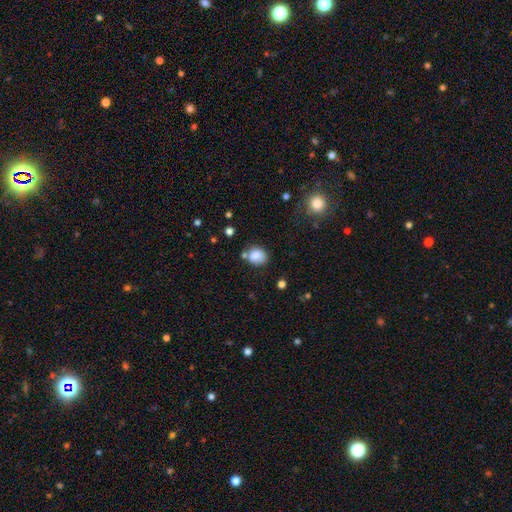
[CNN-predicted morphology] The model was most divided on "how rounded": round: 59%, in between: 40%, cigar-shaped: 1%. More confident: smooth or featured — smooth (83%); merging — none (63%).